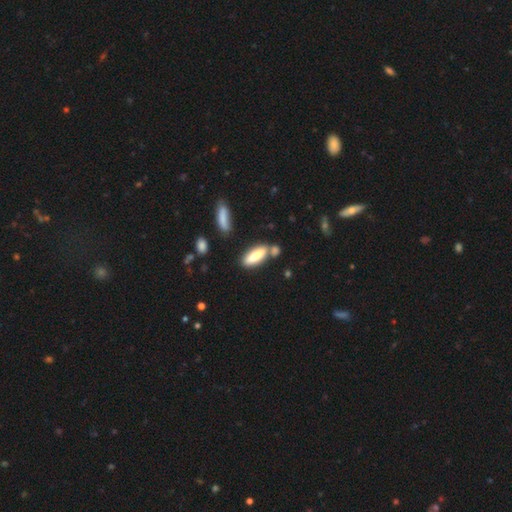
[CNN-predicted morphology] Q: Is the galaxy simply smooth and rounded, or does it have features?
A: smooth — 75%.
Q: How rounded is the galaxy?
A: cigar-shaped — 49%, tied with in between.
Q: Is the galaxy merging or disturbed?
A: none — 62%.